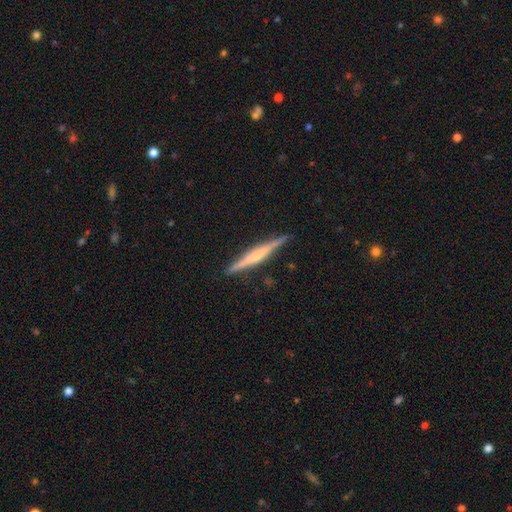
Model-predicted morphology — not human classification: type=featured or disk (67%); edge-on=yes (97%); edge-on bulge=rounded (48%); merging=none (88%).